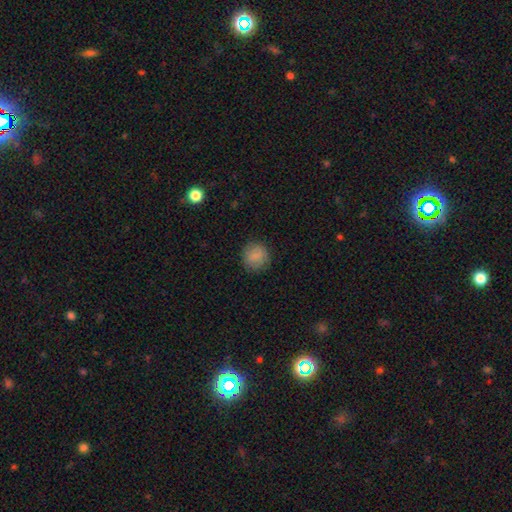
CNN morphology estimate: Smooth or featured? smooth (85%)
How rounded? round (90%)
Merging? none (87%)